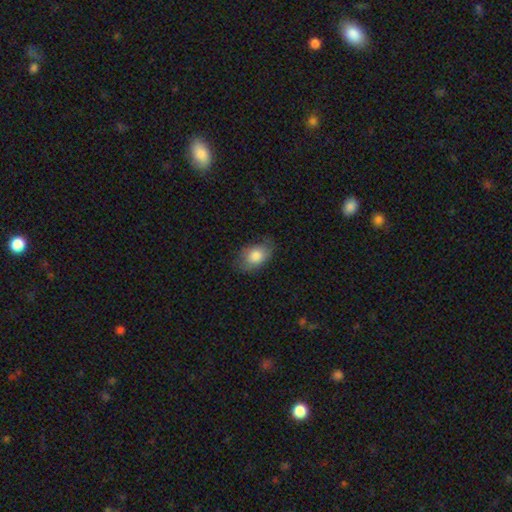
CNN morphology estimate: type=smooth (81%); roundness=in between (87%); merging=none (70%).